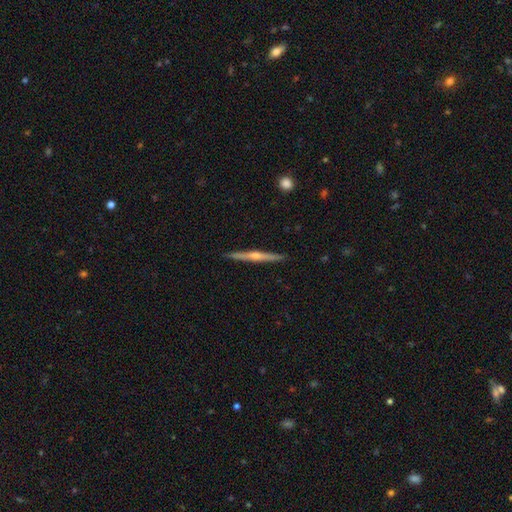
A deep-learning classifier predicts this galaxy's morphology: A featured or disk galaxy (78%) viewed edge-on (98%) with a rounded central bulge (86%).

Vote fractions:
- Smooth or featured? featured or disk: 78% / smooth: 16% / star or artifact: 5%
- Edge-on disk? yes: 98% / no: 2%
- Edge-on bulge? rounded: 86% / none: 10% / boxy: 4%
- Merging? none: 92% / minor disturbance: 6% / major disturbance: 1% / merger: 1%